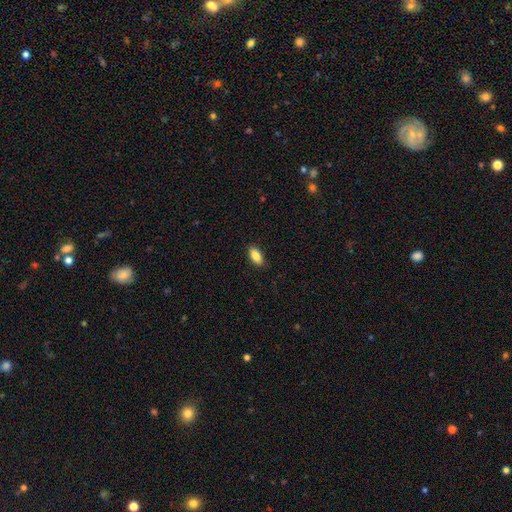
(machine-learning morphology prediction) smooth 86%, featured or disk 7%, star or artifact 7%. Down the decision tree: how rounded — in between (88%); merging — none (86%).